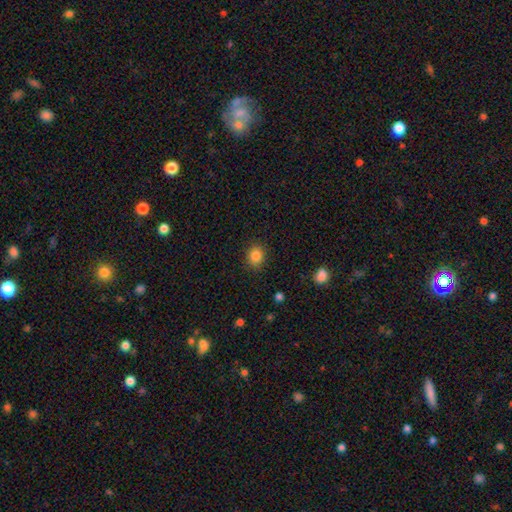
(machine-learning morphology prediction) smooth-or-featured: smooth: 85% | star or artifact: 10% | featured or disk: 4%
  how-rounded: round: 59% | in between: 40% | cigar-shaped: 1%
  merging: none: 87% | minor disturbance: 9% | major disturbance: 3% | merger: 1%